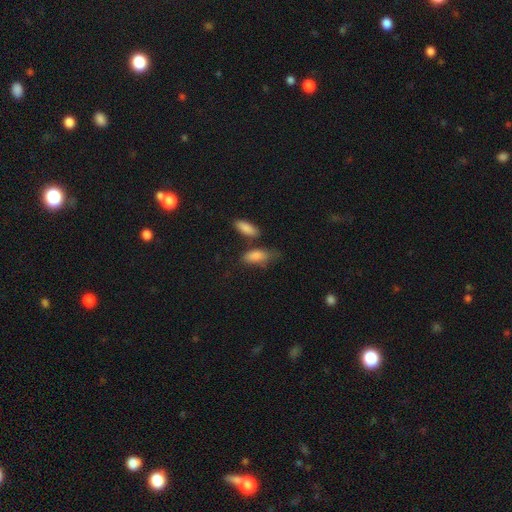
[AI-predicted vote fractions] smooth_or_featured: smooth (p=0.84) [alt: featured or disk p=0.09]
how_rounded: in between (p=0.80) [alt: cigar-shaped p=0.17]
merging: none (p=0.53) [alt: minor disturbance p=0.23]